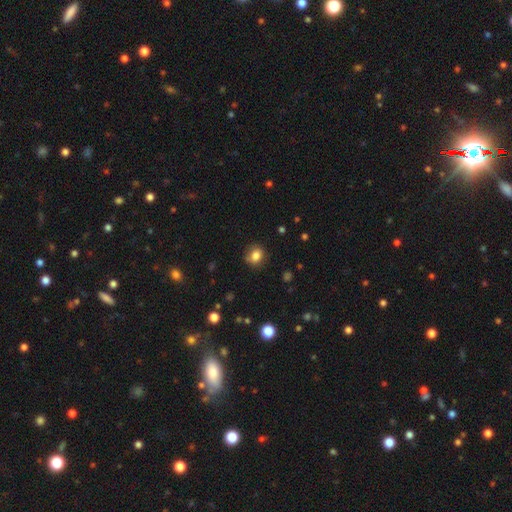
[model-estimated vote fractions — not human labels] This appears to be a smooth galaxy with no disk features (82%) that is round (59%). Merging: none (78%).